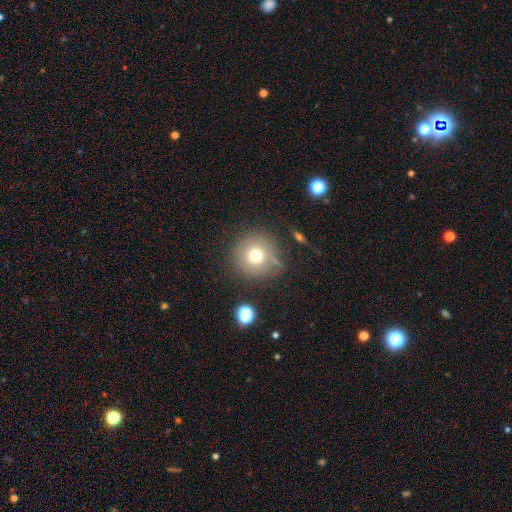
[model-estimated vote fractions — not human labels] smooth-or-featured: smooth: 72% | featured or disk: 15% | star or artifact: 13%
  how-rounded: round: 94% | in between: 5% | cigar-shaped: 1%
  merging: none: 76% | minor disturbance: 13% | merger: 6% | major disturbance: 5%